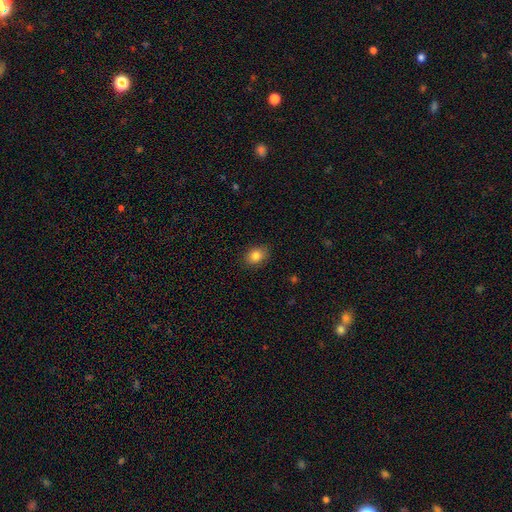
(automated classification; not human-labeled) This appears to be a smooth galaxy with no disk features (84%) that is in between round and cigar-shaped (63%). Merging: none (86%).